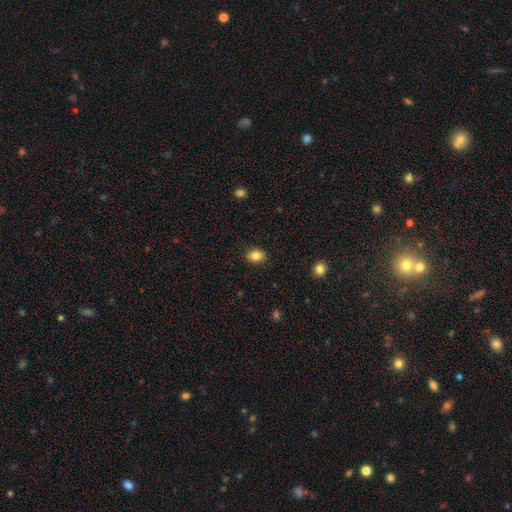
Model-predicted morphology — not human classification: Overall: smooth (85%). How rounded: in between (61%; round 38%). Merging: none (88%).